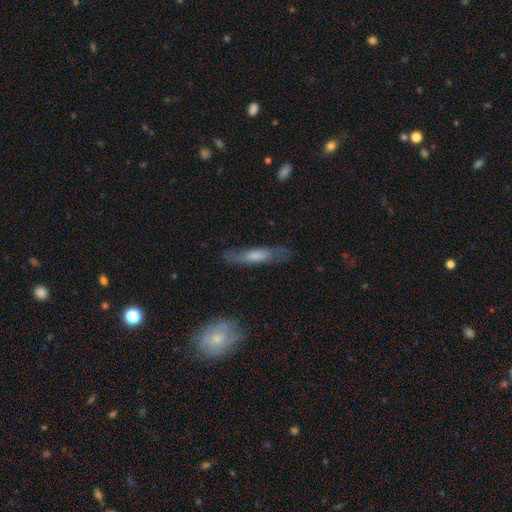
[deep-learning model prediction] smooth_or_featured: smooth (p=0.53) [alt: featured or disk p=0.40]
how_rounded: cigar-shaped (p=0.77) [alt: in between p=0.21]
merging: none (p=0.73) [alt: minor disturbance p=0.18]